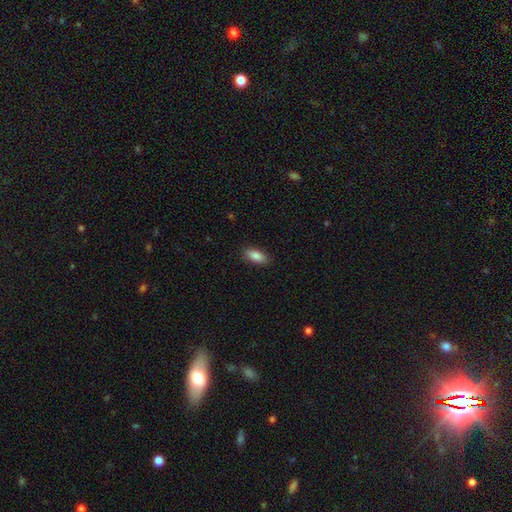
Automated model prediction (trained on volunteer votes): Overall: smooth (87%). How rounded: in between (87%). Merging: none (87%).